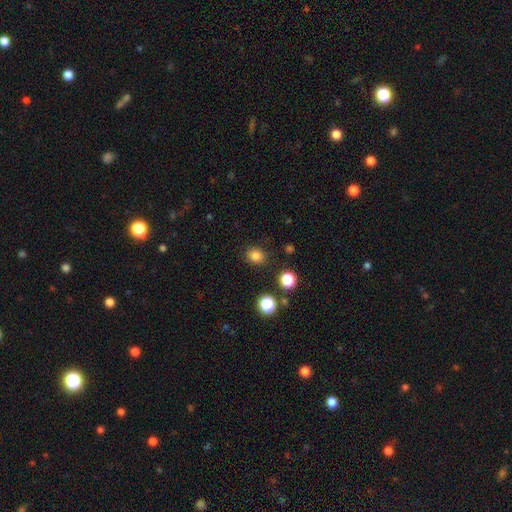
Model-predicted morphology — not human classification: This is clearly a smooth galaxy (82%). How rounded: likely round (75%). Merging: clearly none (87%).